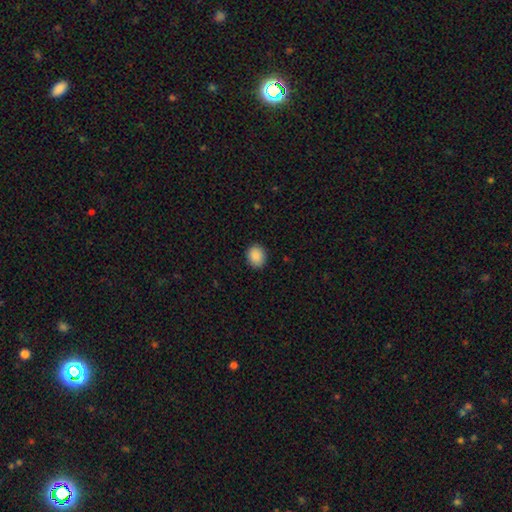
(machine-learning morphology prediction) type=smooth (89%); roundness=round (57%); merging=none (89%).